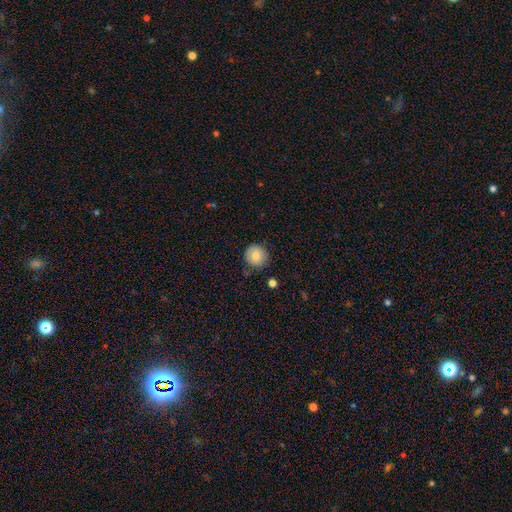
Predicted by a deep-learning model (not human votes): This is clearly a smooth galaxy (81%). How rounded: clearly round (93%). Merging: clearly none (85%).